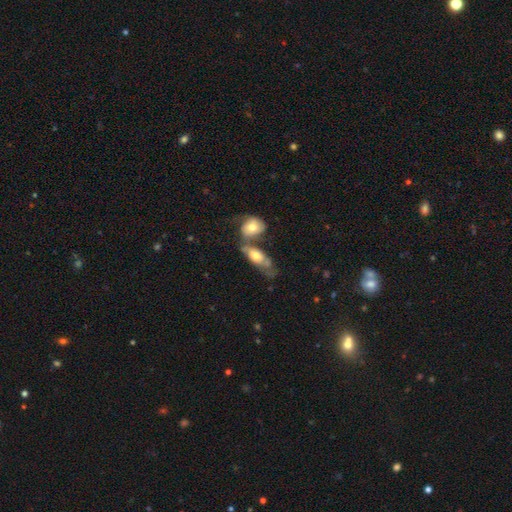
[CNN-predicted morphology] Overall: smooth (56%; featured or disk 38%). How rounded: in between (80%). Merging: merger (55%; none 19%).